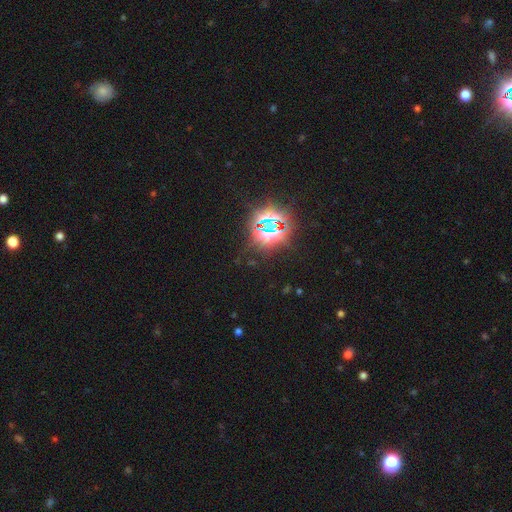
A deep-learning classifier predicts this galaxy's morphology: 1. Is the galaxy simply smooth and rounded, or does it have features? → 85% star or artifact, 9% smooth, 6% featured or disk.